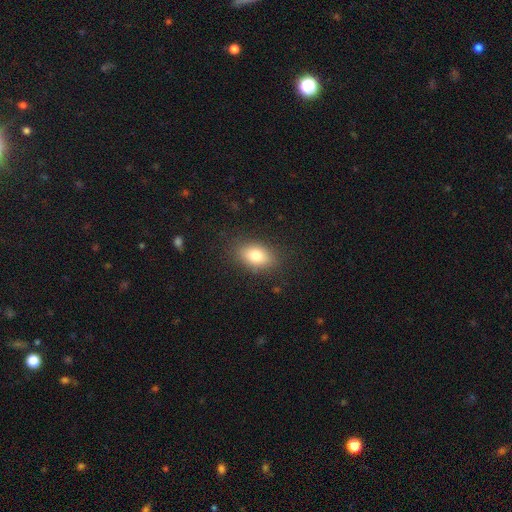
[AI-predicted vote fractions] Morphology: type=smooth (79%); roundness=in between (85%); merging=none (84%).